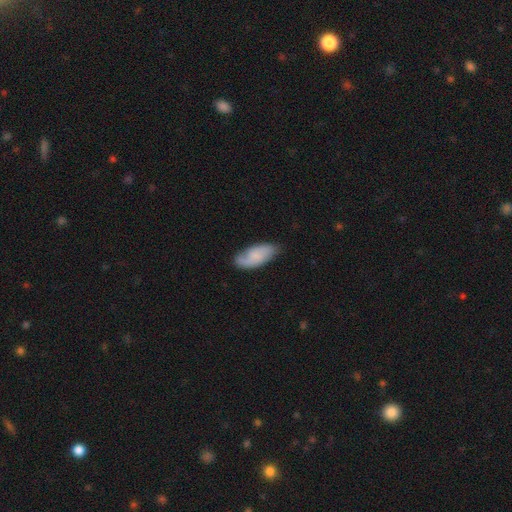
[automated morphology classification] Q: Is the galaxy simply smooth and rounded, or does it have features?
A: smooth — 59%.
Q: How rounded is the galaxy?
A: in between — 86%.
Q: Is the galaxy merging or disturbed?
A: none — 70%.